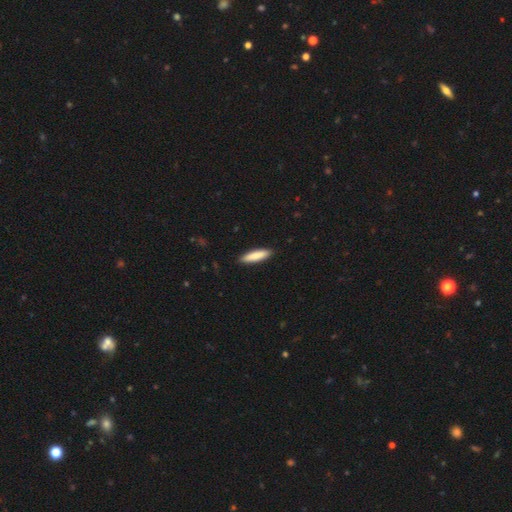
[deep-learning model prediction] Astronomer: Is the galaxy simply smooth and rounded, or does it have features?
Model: smooth — 85%.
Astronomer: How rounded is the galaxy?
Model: cigar-shaped — 71%.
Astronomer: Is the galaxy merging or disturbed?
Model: none — 90%.